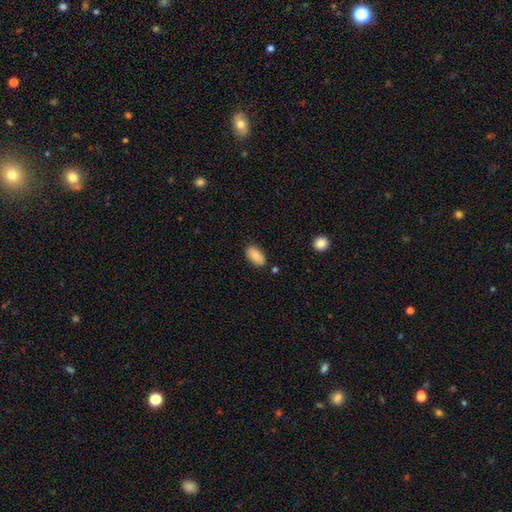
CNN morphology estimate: Q: Smooth or featured?
A: smooth (82%); runner-up: featured or disk (11%)
Q: How rounded?
A: in between (94%); runner-up: round (4%)
Q: Merging?
A: none (84%); runner-up: minor disturbance (11%)